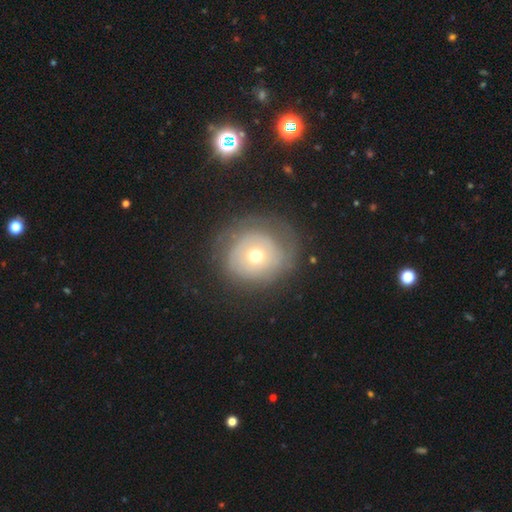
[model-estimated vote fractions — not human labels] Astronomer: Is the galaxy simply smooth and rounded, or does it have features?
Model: featured or disk — 47% (runner-up: smooth, 42%).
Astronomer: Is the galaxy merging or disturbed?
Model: none — 66%.